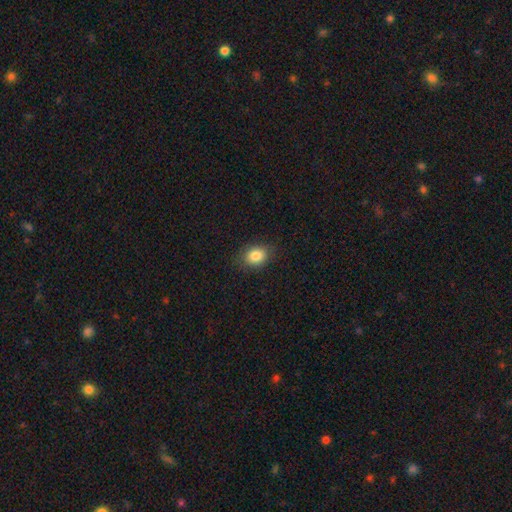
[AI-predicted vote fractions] Smooth or featured? smooth (84%)
How rounded? in between (61%)
Merging? none (85%)